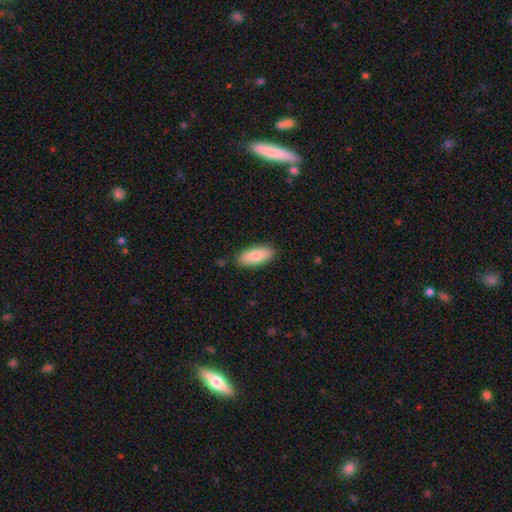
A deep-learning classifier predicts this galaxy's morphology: smooth_or_featured: smooth (p=0.83) [alt: featured or disk p=0.11]
how_rounded: in between (p=0.79) [alt: cigar-shaped p=0.19]
merging: none (p=0.86) [alt: minor disturbance p=0.11]